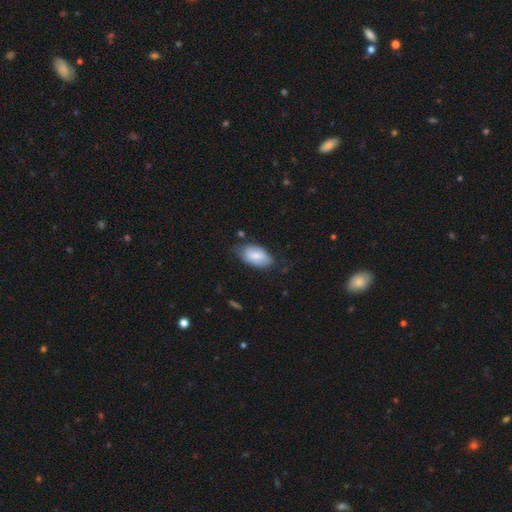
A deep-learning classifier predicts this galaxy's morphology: Overall: smooth (69%). How rounded: in between (93%). Merging: none (58%; minor disturbance 32%).